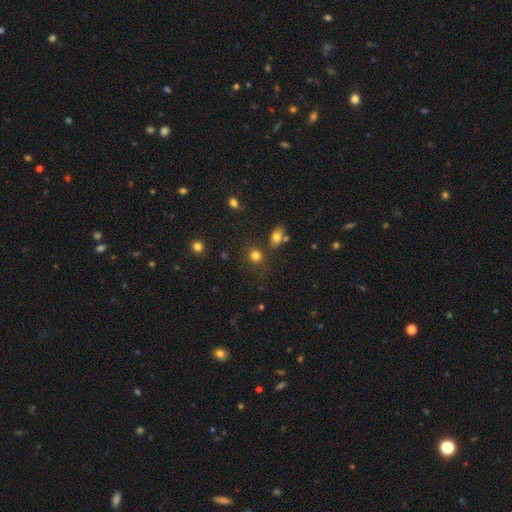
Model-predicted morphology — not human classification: type=smooth (79%); roundness=round (80%); merging=none (75%).